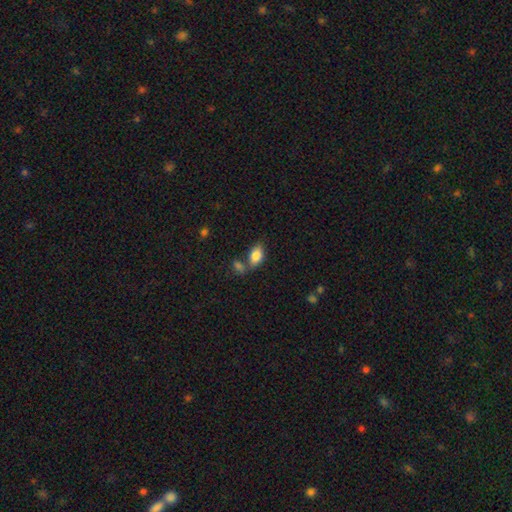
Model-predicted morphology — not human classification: smooth 83%, featured or disk 9%, star or artifact 8%. Down the decision tree: how rounded — in between (90%); merging — none (52%).